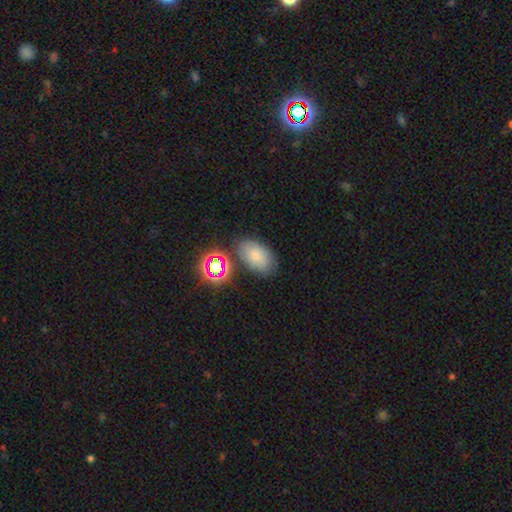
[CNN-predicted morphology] Smooth or featured?
  - smooth: 70% *
  - star or artifact: 16%
  - featured or disk: 14%
How rounded?
  - in between: 88% *
  - round: 11%
  - cigar-shaped: 1%
Merging?
  - none: 74% *
  - minor disturbance: 15%
  - merger: 6%
  - major disturbance: 4%